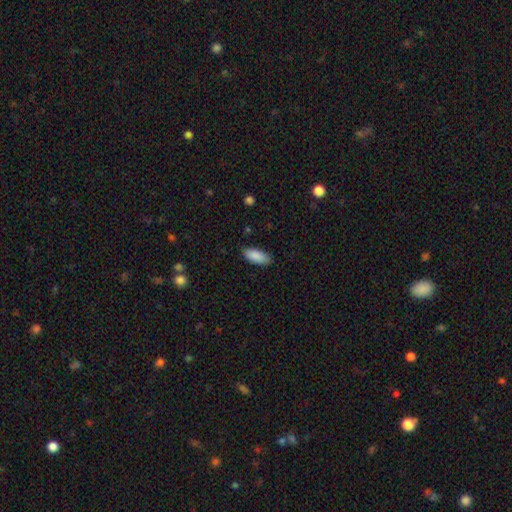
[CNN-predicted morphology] smooth-or-featured: smooth: 89% | star or artifact: 6% | featured or disk: 4%
  how-rounded: in between: 84% | cigar-shaped: 14% | round: 2%
  merging: none: 84% | minor disturbance: 12% | major disturbance: 2% | merger: 1%